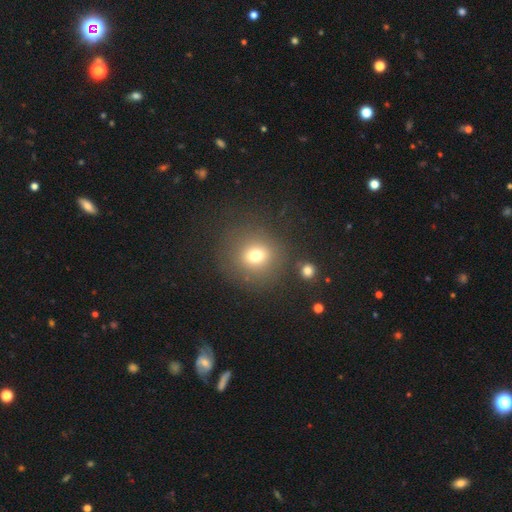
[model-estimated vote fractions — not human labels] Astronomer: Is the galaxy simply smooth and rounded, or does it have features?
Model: smooth — 72%.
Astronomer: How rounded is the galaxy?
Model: round — 83%.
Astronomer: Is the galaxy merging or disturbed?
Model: none — 78%.